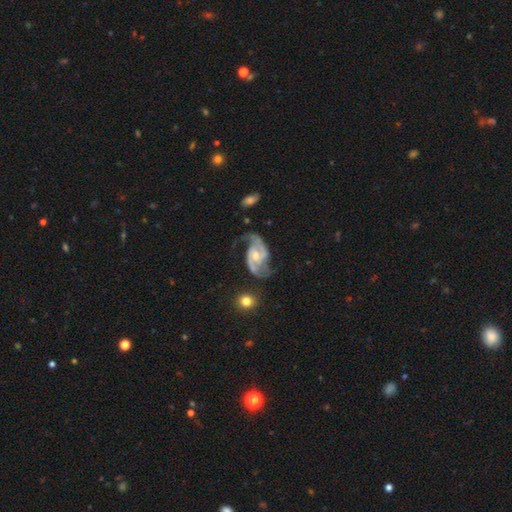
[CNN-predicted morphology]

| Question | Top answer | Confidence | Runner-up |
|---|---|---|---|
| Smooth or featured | featured or disk | 90% | smooth (5%) |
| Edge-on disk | no | 97% | yes (3%) |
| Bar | weak | 45% | no (39%) |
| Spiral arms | yes | 97% | no (3%) |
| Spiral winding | medium | 53% | loose (29%) |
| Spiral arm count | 2 | 88% | 3 (4%) |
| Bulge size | moderate | 55% | small (39%) |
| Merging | none | 59% | minor disturbance (22%) |